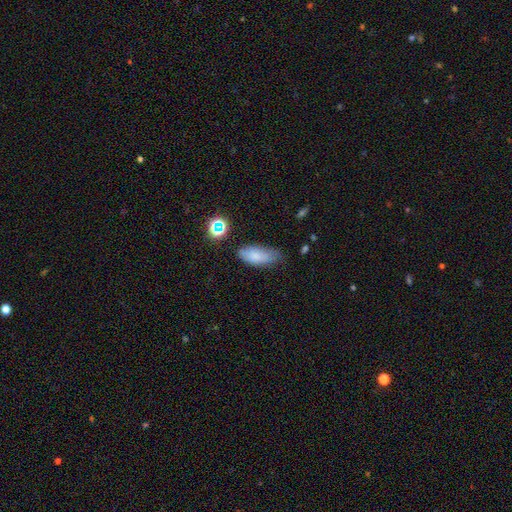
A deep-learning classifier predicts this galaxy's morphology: Overall: smooth (78%). How rounded: in between (82%). Merging: none (60%; minor disturbance 30%).